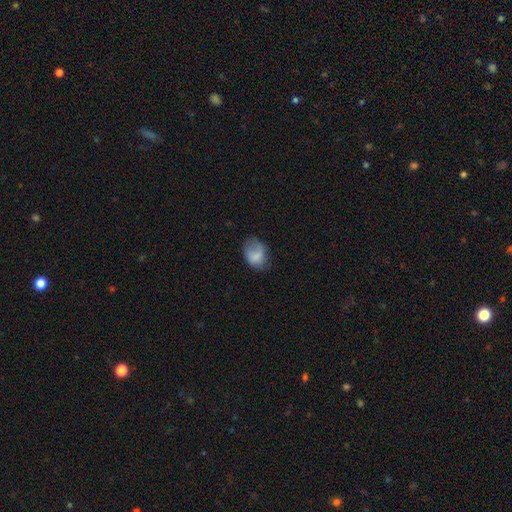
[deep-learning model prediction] Smooth or featured? Predicted: smooth (p=0.79). How rounded? Predicted: in between (p=0.72). Merging? Predicted: none (p=0.53).